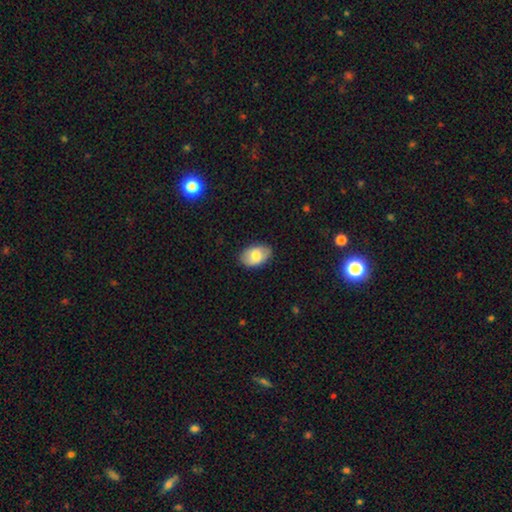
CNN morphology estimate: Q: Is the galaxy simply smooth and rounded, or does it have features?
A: smooth — 77%.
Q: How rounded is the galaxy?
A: in between — 89%.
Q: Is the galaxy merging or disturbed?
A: none — 84%.